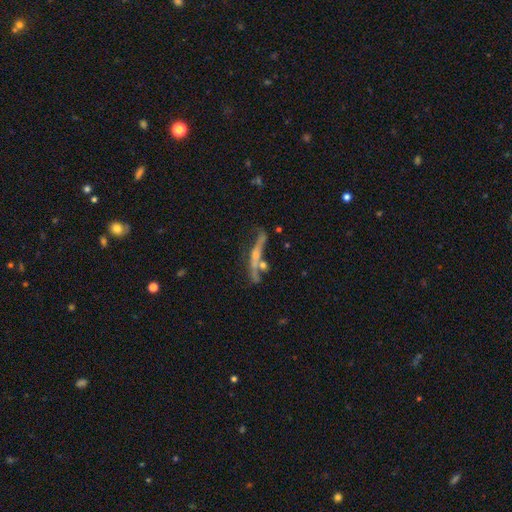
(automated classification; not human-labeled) A featured or disk galaxy (67%) viewed edge-on (83%) with a rounded central bulge (63%).

Vote fractions:
- Smooth or featured? featured or disk: 67% / smooth: 22% / star or artifact: 11%
- Edge-on disk? yes: 83% / no: 17%
- Edge-on bulge? rounded: 63% / none: 29% / boxy: 8%
- Merging? none: 54% / minor disturbance: 18% / merger: 17% / major disturbance: 10%